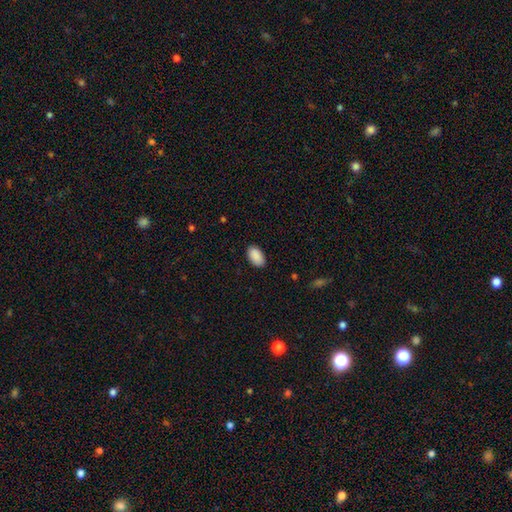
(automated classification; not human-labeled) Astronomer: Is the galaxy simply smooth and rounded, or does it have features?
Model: smooth — 91%.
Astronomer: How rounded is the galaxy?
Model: in between — 94%.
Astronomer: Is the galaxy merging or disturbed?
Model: none — 88%.